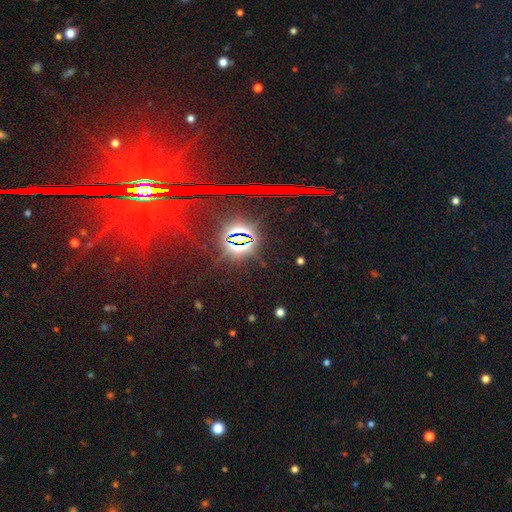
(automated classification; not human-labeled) This appears to be a star or artifact, not a galaxy (83%).